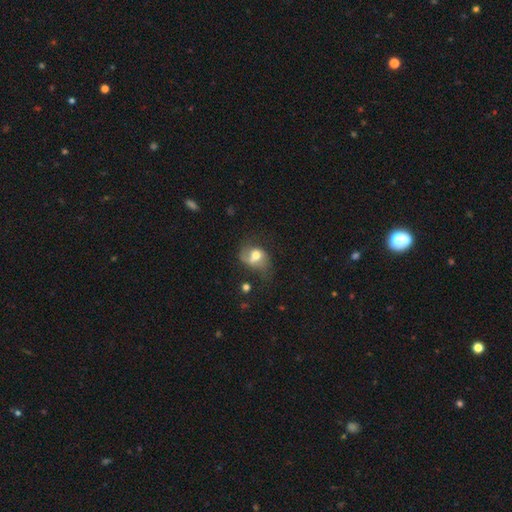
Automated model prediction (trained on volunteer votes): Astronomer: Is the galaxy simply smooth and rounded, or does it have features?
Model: smooth — 48% (runner-up: featured or disk, 43%).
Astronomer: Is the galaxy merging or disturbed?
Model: none — 35% (runner-up: major disturbance, 30%).